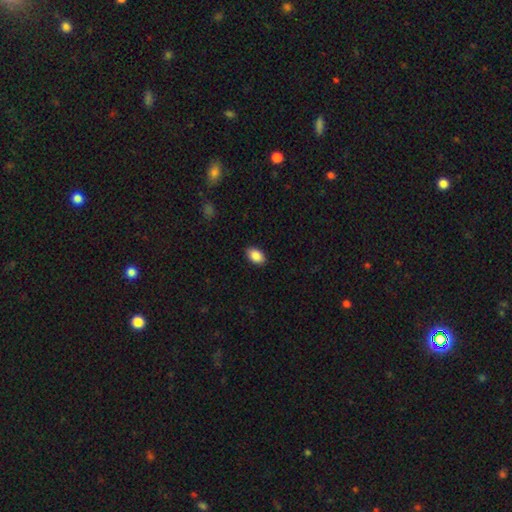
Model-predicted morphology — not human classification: smooth 89%, star or artifact 7%, featured or disk 4%. Down the decision tree: how rounded — in between (90%); merging — none (89%).